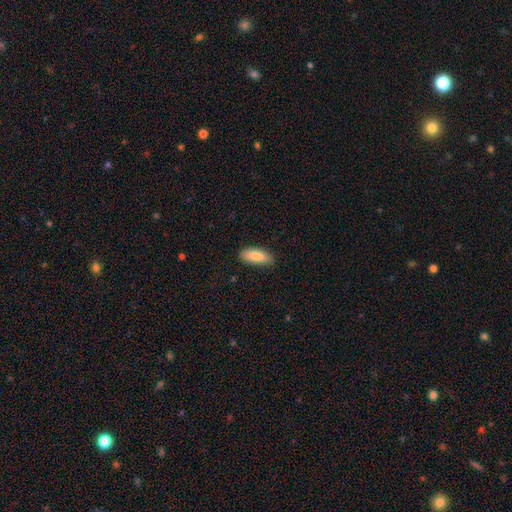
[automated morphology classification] Smooth or featured? smooth (85%)
How rounded? in between (80%)
Merging? none (84%)